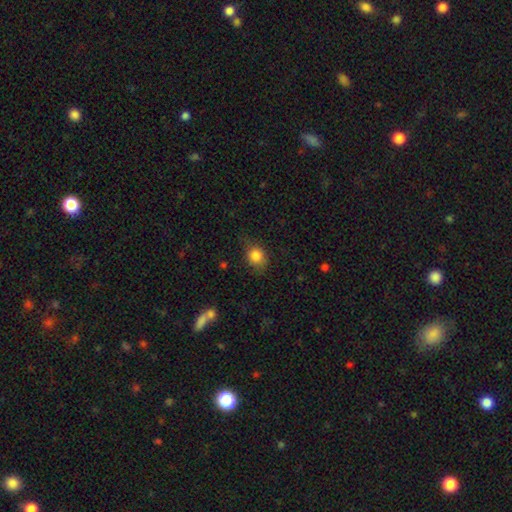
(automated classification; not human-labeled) Overall: smooth (83%). How rounded: round (58%; in between 41%). Merging: none (66%).